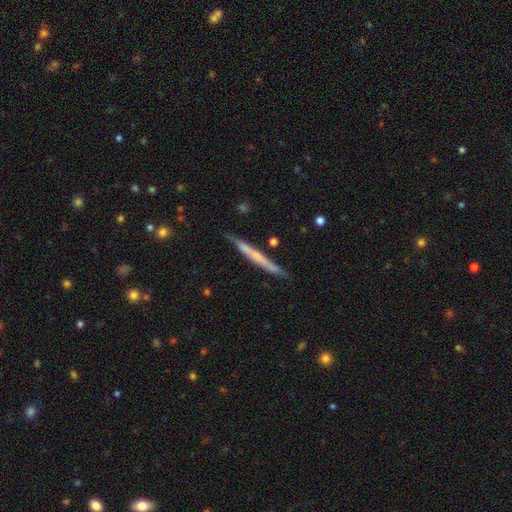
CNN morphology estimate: Smooth or featured? Predicted: featured or disk (p=0.47, tied with smooth). Merging? Predicted: none (p=0.83).